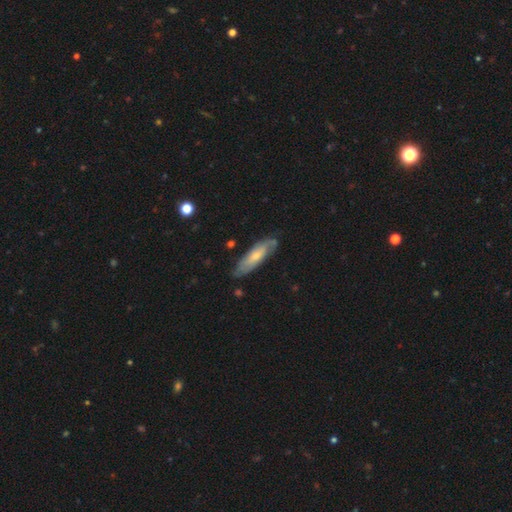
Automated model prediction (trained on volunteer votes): Smooth or featured?
  - featured or disk: 50% *
  - smooth: 45%
  - star or artifact: 5%
Merging?
  - none: 72% *
  - minor disturbance: 21%
  - major disturbance: 5%
  - merger: 2%